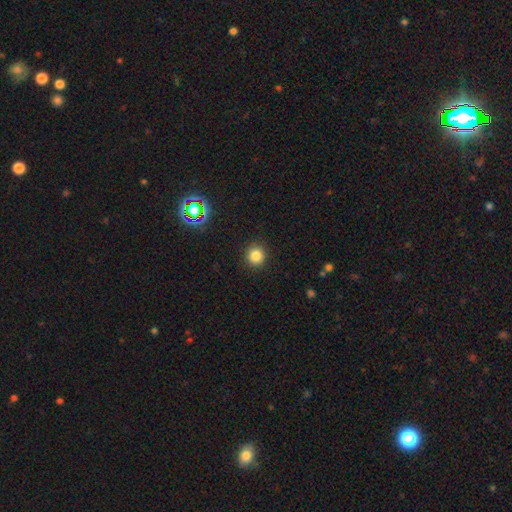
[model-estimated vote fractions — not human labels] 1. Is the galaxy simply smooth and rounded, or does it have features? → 82% smooth, 13% star or artifact, 5% featured or disk.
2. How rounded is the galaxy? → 92% round, 7% in between, 1% cigar-shaped.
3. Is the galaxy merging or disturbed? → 91% none, 6% minor disturbance, 2% major disturbance, 1% merger.